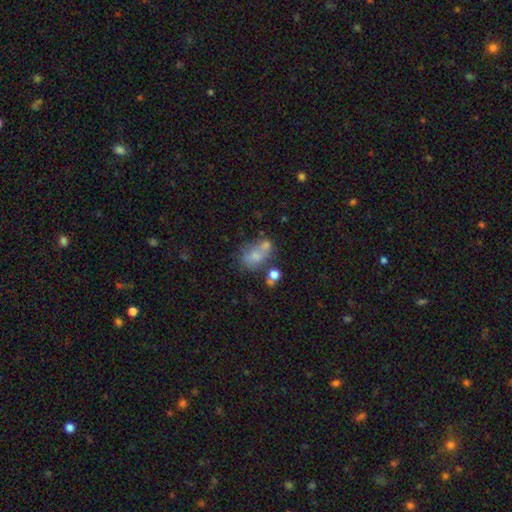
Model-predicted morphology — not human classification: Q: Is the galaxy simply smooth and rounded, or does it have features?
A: smooth — 64%.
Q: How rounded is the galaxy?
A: in between — 71%.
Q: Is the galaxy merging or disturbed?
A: merger — 38%.